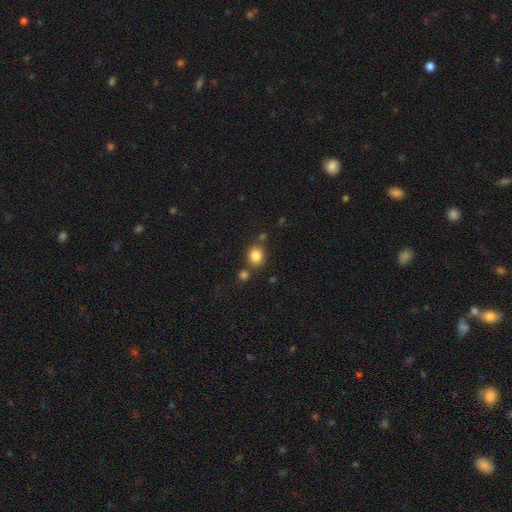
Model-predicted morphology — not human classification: Overall: smooth (84%). How rounded: round (72%). Merging: none (71%).